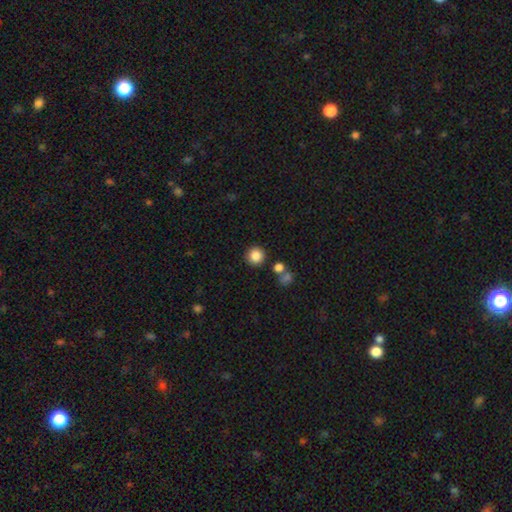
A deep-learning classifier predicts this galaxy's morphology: Overall: smooth (86%). How rounded: round (94%). Merging: none (86%).